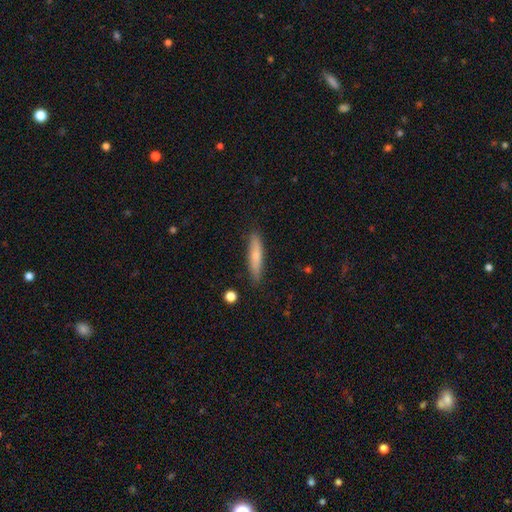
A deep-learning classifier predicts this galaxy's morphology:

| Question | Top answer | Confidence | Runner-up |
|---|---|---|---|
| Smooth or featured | smooth | 69% | featured or disk (25%) |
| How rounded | cigar-shaped | 87% | in between (12%) |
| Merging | none | 87% | minor disturbance (10%) |